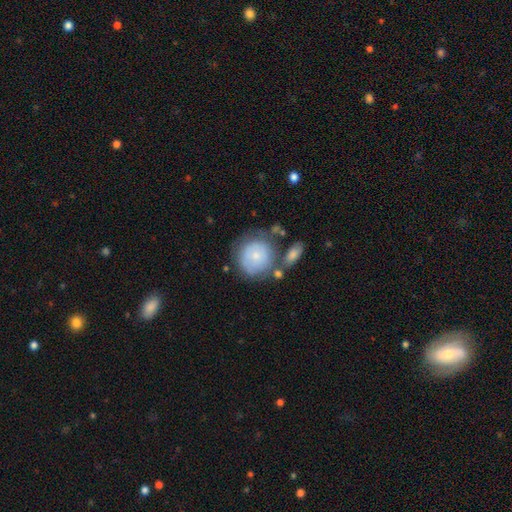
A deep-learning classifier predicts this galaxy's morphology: Smooth or featured? smooth (69%)
How rounded? round (90%)
Merging? none (56%)